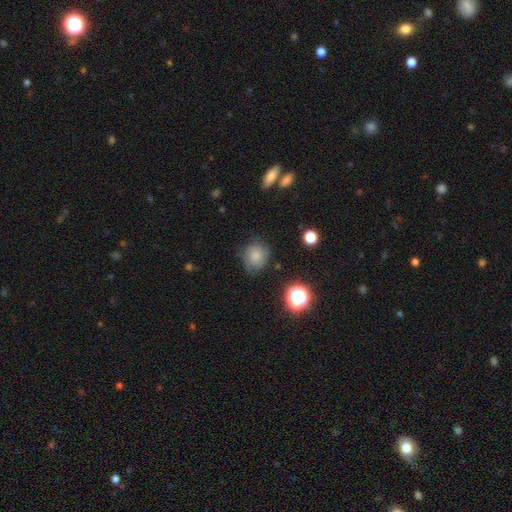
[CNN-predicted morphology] smooth 72%, featured or disk 15%, star or artifact 13%. Down the decision tree: how rounded — round (71%); merging — none (67%).